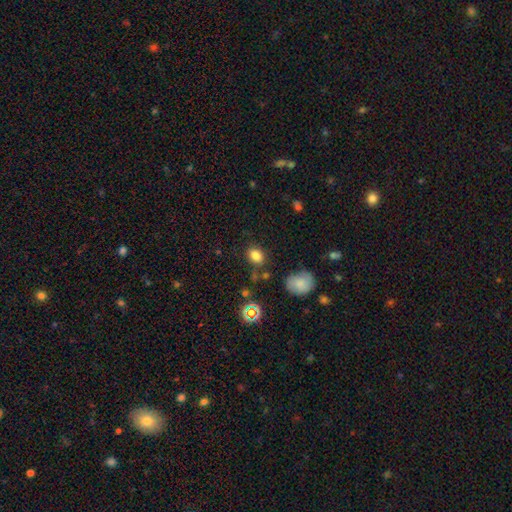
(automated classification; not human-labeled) A smooth galaxy with no disk features (81%) that is in between round and cigar-shaped (65%). Merging: none (76%).